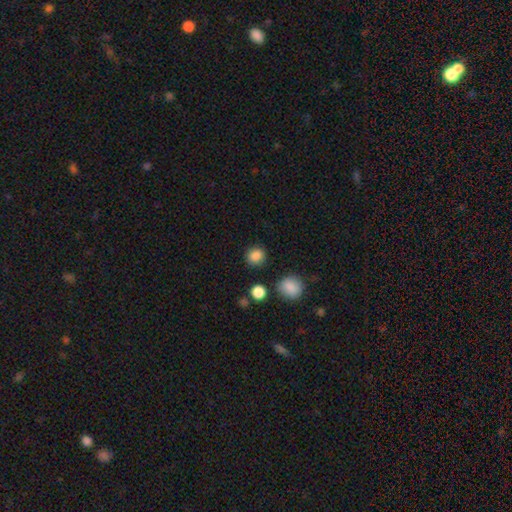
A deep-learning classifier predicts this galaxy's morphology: The model was most divided on "how rounded": round: 83%, in between: 15%, cigar-shaped: 1%. More confident: smooth or featured — smooth (86%); merging — none (85%).